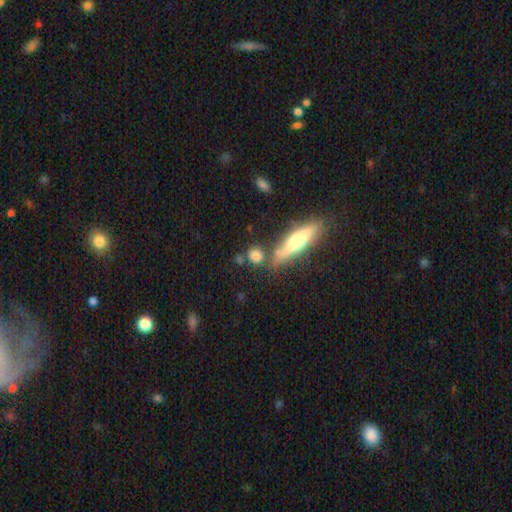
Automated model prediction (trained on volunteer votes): A smooth galaxy with no disk features (73%) that is round (63%). Merging: none (71%).